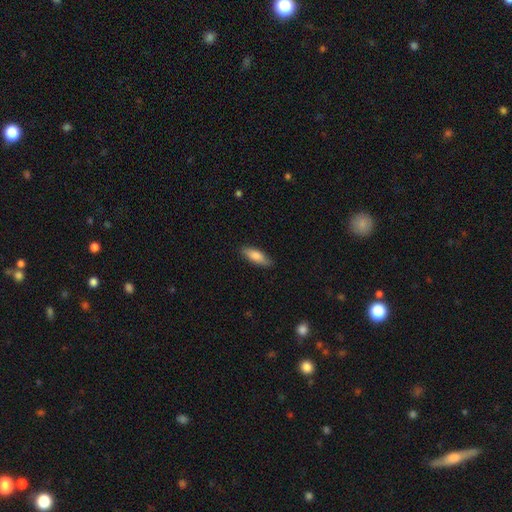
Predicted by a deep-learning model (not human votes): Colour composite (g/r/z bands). It shows a smooth galaxy with no disk features (82%) that is in between round and cigar-shaped (63%). Merging: none (85%).